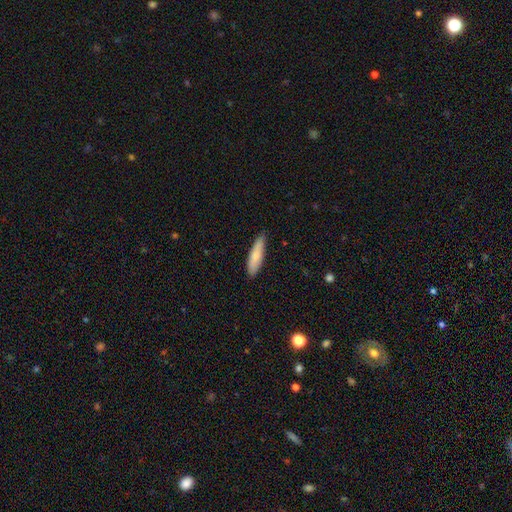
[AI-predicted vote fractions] Smooth or featured: smooth — 77% (featured or disk — 17%)
How rounded: cigar-shaped — 72% (in between — 27%)
Merging: none — 80% (minor disturbance — 16%)